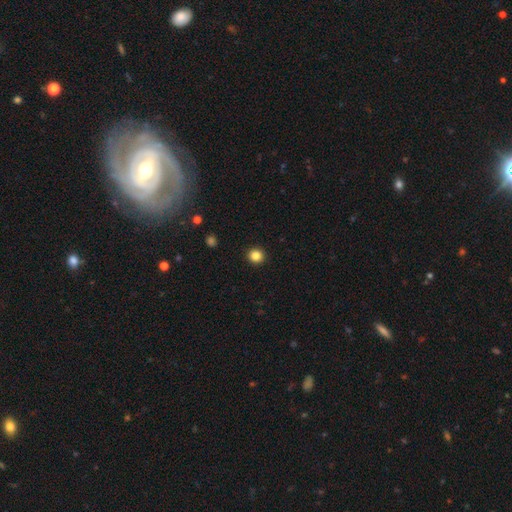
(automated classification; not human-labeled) Smooth or featured? smooth (84%)
How rounded? round (93%)
Merging? none (93%)